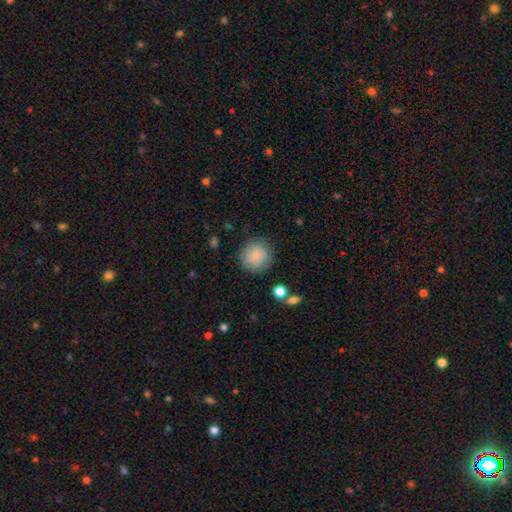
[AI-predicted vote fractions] Smooth or featured: smooth — 83% (featured or disk — 10%)
How rounded: round — 91% (in between — 8%)
Merging: none — 83% (minor disturbance — 11%)